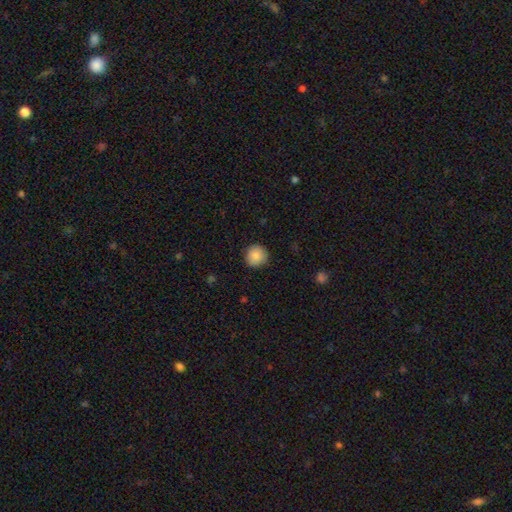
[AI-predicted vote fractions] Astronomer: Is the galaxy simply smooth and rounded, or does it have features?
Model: smooth — 87%.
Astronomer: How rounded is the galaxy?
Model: round — 94%.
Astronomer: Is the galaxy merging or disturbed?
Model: none — 90%.